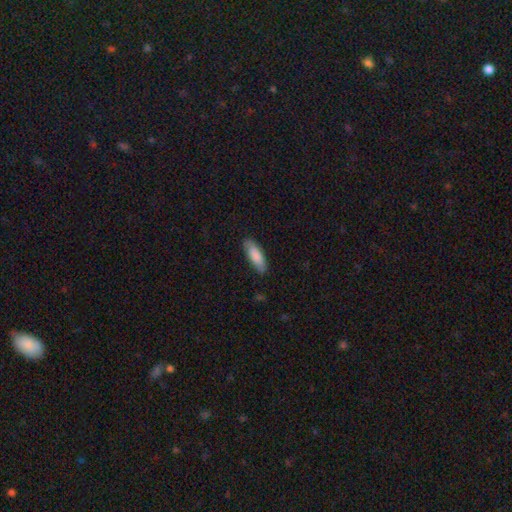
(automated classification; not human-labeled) smooth 86%, featured or disk 9%, star or artifact 5%. Down the decision tree: how rounded — in between (57%); merging — none (84%).